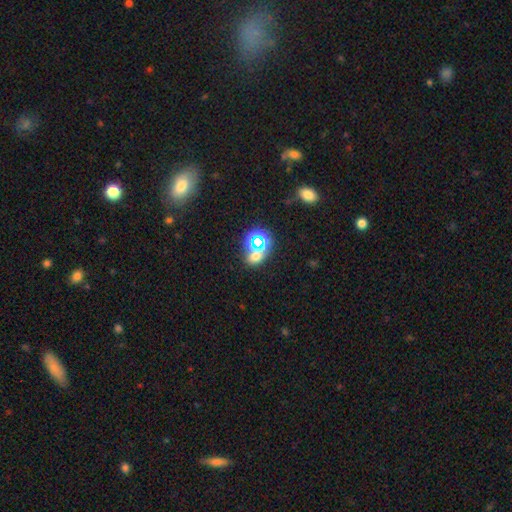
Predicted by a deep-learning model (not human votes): smooth-or-featured: star or artifact: 45% | smooth: 44% | featured or disk: 11%